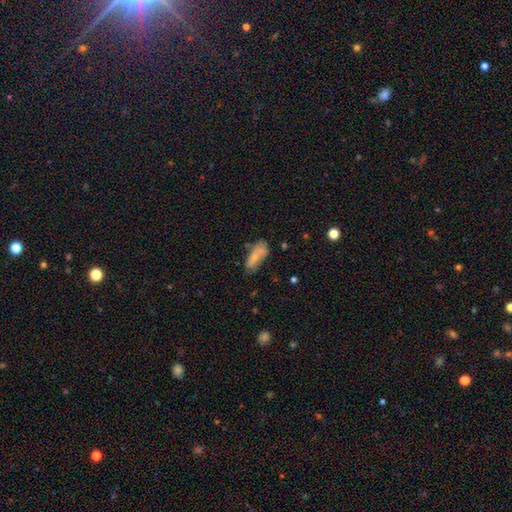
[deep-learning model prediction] smooth-or-featured: smooth: 70% | featured or disk: 21% | star or artifact: 8%
  how-rounded: in between: 80% | cigar-shaped: 17% | round: 3%
  merging: none: 50% | minor disturbance: 29% | major disturbance: 10% | merger: 10%